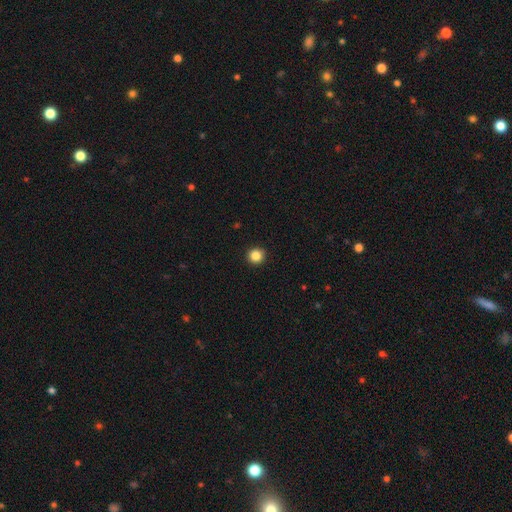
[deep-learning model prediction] smooth-or-featured: smooth: 85% | star or artifact: 11% | featured or disk: 4%
  how-rounded: round: 94% | in between: 5% | cigar-shaped: 1%
  merging: none: 93% | minor disturbance: 5% | major disturbance: 1% | merger: 1%